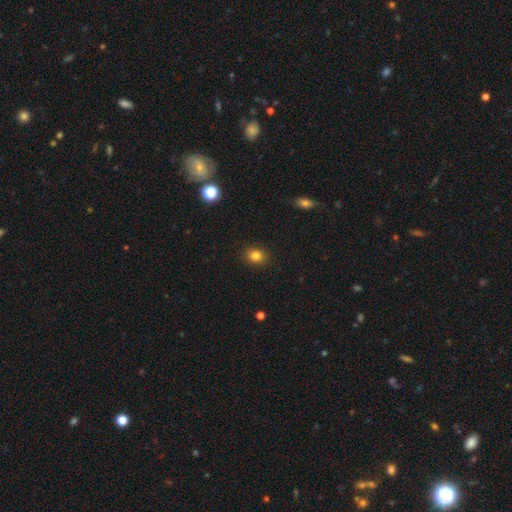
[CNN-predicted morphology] This appears to be a smooth galaxy with no disk features (83%) that is round (63%). Merging: none (90%).